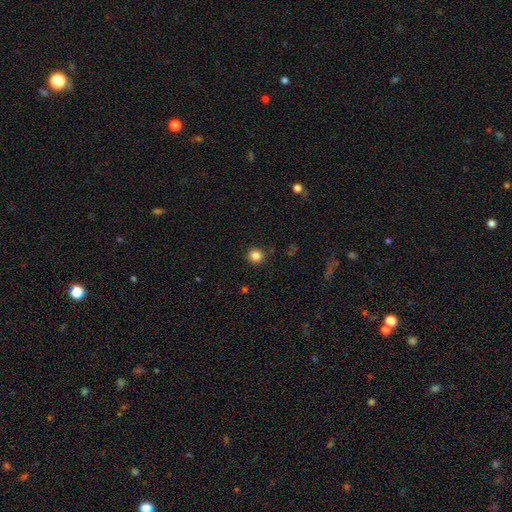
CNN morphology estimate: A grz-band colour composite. It shows a smooth galaxy with no disk features (84%) that is round (94%). Merging: none (91%).